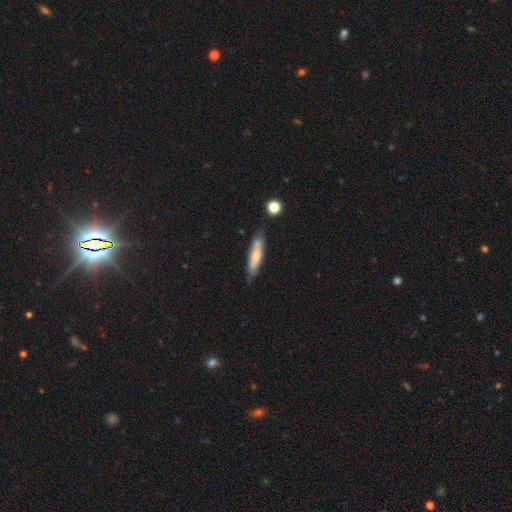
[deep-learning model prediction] A smooth galaxy with no disk features (63%) that is cigar-shaped (79%).

Vote fractions:
- Smooth or featured? smooth: 63% / featured or disk: 31% / star or artifact: 6%
- How rounded? cigar-shaped: 79% / in between: 20% / round: 2%
- Merging? none: 72% / minor disturbance: 19% / merger: 5% / major disturbance: 4%